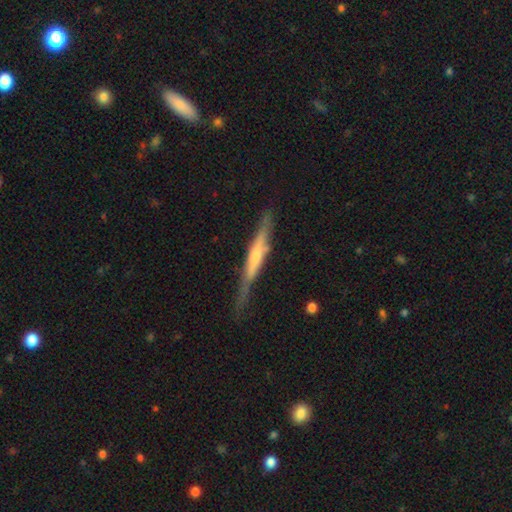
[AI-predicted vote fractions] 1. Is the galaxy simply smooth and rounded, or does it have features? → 66% featured or disk, 29% smooth, 6% star or artifact.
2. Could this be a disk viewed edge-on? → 95% yes, 5% no.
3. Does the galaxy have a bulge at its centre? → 54% rounded, 29% none, 17% boxy.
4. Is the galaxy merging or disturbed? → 75% none, 18% minor disturbance, 4% major disturbance, 2% merger.